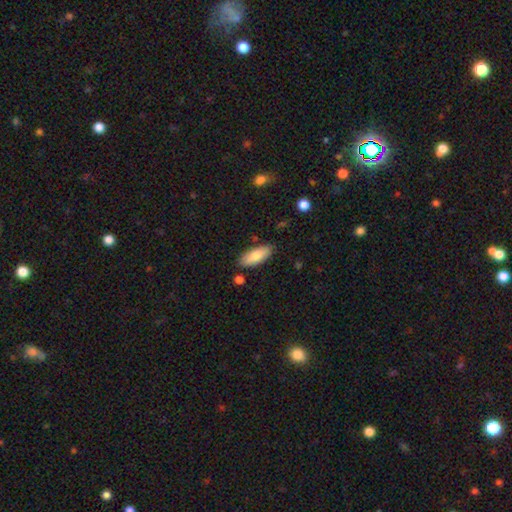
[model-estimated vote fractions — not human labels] This is clearly a smooth galaxy (80%). How rounded: likely in between (79%). Merging: clearly none (85%).